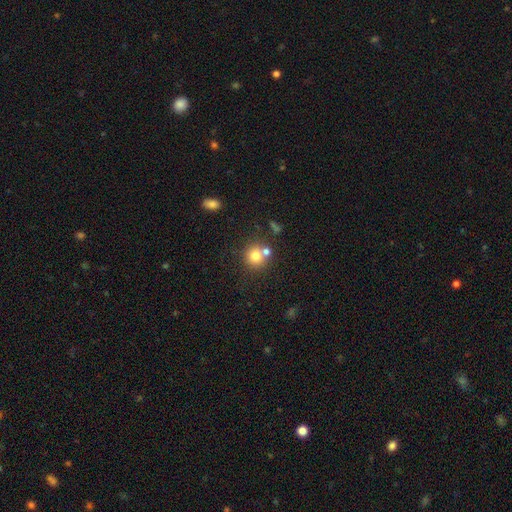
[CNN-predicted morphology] smooth 76%, star or artifact 12%, featured or disk 11%. Down the decision tree: how rounded — round (90%); merging — none (60%).